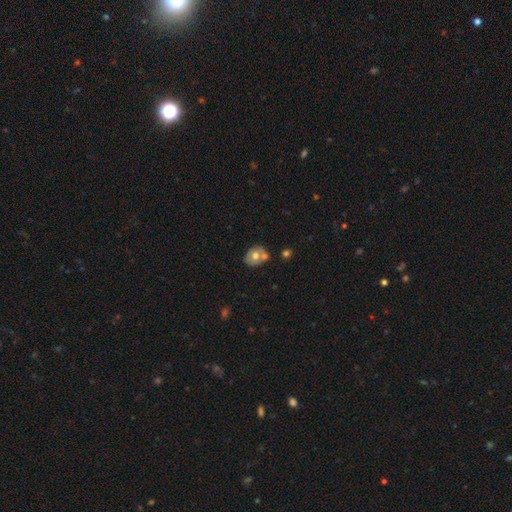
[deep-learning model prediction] Smooth or featured? Predicted: smooth (p=0.57). How rounded? Predicted: in between (p=0.50). Merging? Predicted: none (p=0.49).